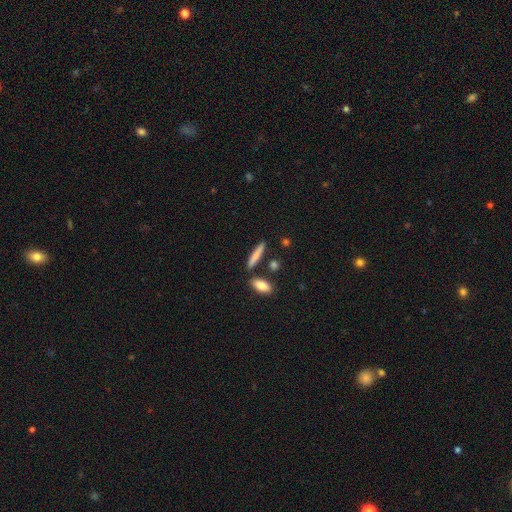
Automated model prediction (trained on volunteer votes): Smooth or featured? Predicted: smooth (p=0.78). How rounded? Predicted: cigar-shaped (p=0.84). Merging? Predicted: none (p=0.81).